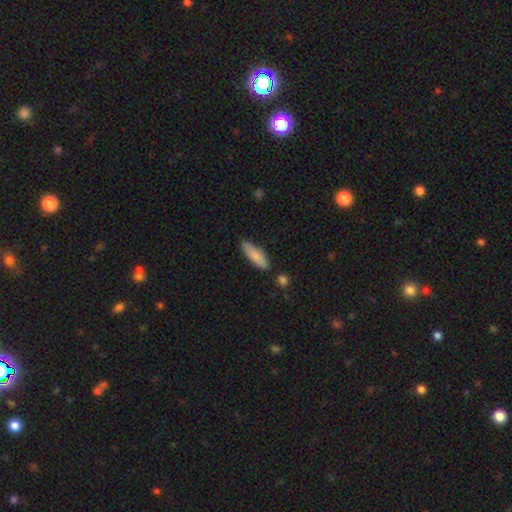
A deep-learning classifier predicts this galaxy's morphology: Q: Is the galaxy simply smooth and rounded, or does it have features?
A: smooth — 83%.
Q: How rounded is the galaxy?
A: cigar-shaped — 52%.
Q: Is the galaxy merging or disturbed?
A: none — 78%.